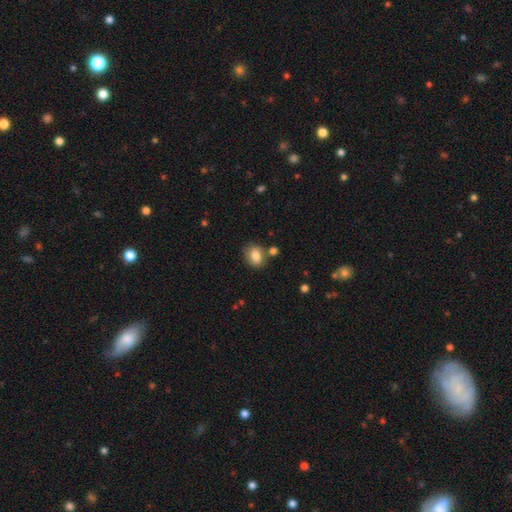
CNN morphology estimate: Smooth or featured? Predicted: smooth (p=0.80). How rounded? Predicted: in between (p=0.58). Merging? Predicted: none (p=0.69).